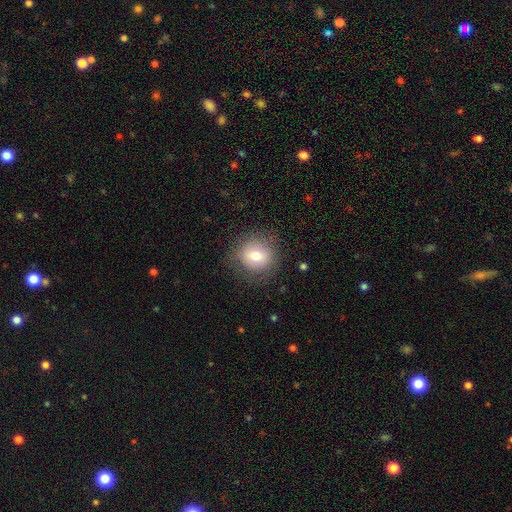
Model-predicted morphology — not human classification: Overall: smooth (75%). How rounded: round (87%). Merging: none (82%).